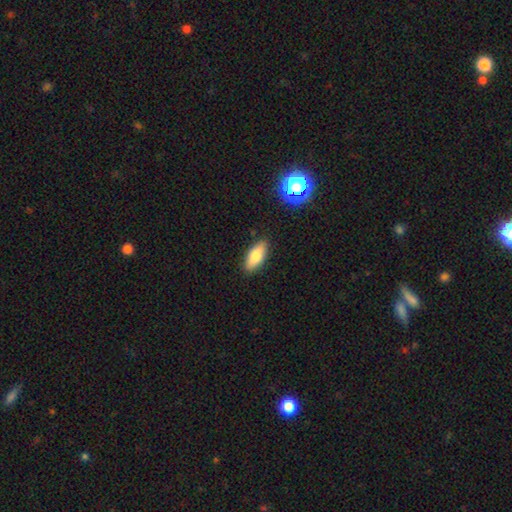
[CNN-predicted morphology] Smooth or featured?
  - smooth: 77% *
  - featured or disk: 15%
  - star or artifact: 8%
How rounded?
  - in between: 80% *
  - cigar-shaped: 18%
  - round: 3%
Merging?
  - none: 87% *
  - minor disturbance: 10%
  - major disturbance: 2%
  - merger: 1%